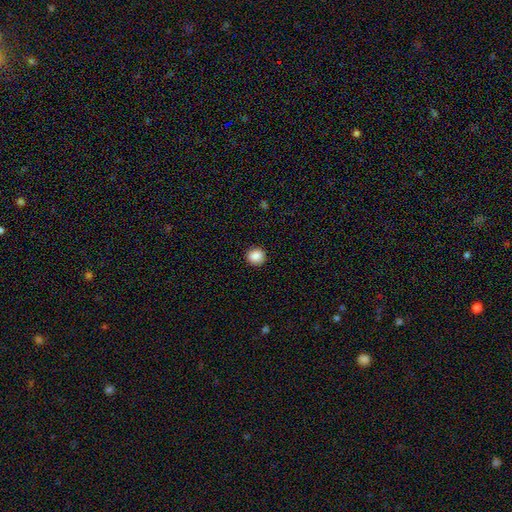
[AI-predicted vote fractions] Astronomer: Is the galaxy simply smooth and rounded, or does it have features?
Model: smooth — 87%.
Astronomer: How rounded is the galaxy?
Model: round — 89%.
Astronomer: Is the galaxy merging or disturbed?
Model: none — 92%.